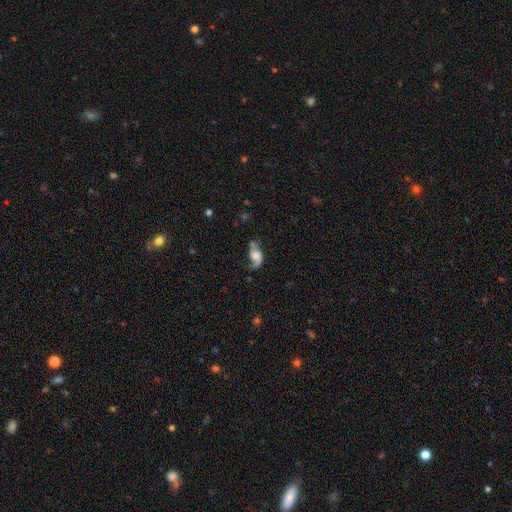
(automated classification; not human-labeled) smooth-or-featured: featured or disk: 65% | smooth: 26% | star or artifact: 9%
  disk-edge-on: no: 94% | yes: 6%
    bar: no: 64% | weak: 29% | strong: 8%
    has-spiral-arms: yes: 89% | no: 11%
      spiral-winding: loose: 71% | medium: 22% | tight: 7%
      spiral-arm-count: 2: 79% | 1: 15% | can't tell: 4% | 3: 1% | 4: 1% | more than 4: 1%
    bulge-size: moderate: 35% | large: 24% | small: 22% | none: 14% | dominant: 4%
  merging: none: 51% | minor disturbance: 25% | major disturbance: 18% | merger: 6%